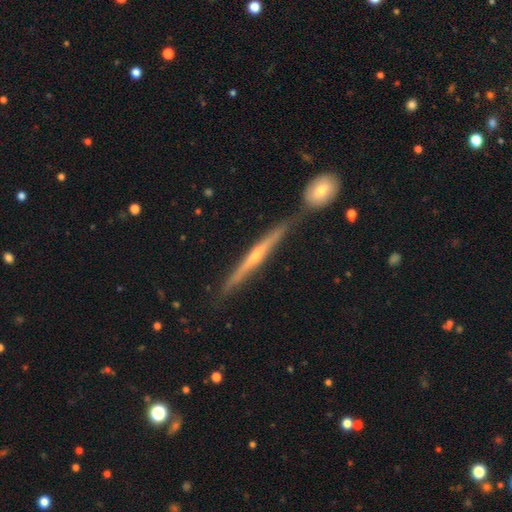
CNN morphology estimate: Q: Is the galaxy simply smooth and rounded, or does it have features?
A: featured or disk — 73%.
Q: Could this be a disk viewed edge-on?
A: yes — 97%.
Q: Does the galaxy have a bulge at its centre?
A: rounded — 67%.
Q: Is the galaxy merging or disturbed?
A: none — 77%.